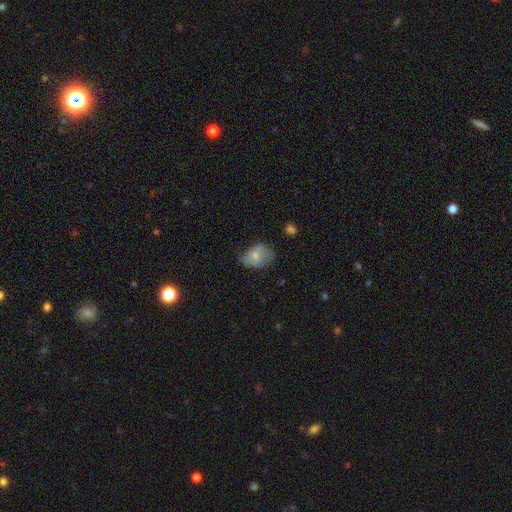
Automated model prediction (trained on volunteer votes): Smooth or featured?
  - smooth: 65% *
  - featured or disk: 27%
  - star or artifact: 8%
How rounded?
  - in between: 77% *
  - round: 22%
  - cigar-shaped: 1%
Merging?
  - none: 48% *
  - minor disturbance: 36%
  - major disturbance: 14%
  - merger: 2%